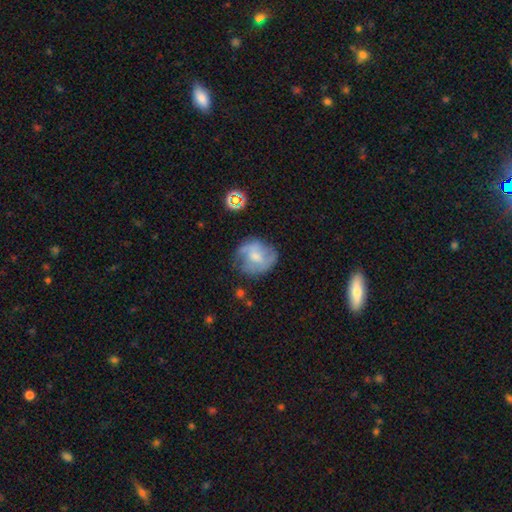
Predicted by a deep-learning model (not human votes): Smooth or featured? Predicted: featured or disk (p=0.51). Edge-on disk? Predicted: no (p=0.97). Merging? Predicted: none (p=0.58).